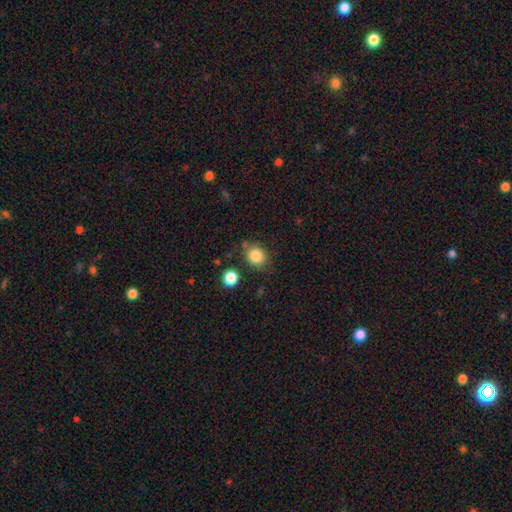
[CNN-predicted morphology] Q: Smooth or featured?
A: smooth (85%); runner-up: star or artifact (10%)
Q: How rounded?
A: round (68%); runner-up: in between (31%)
Q: Merging?
A: none (74%); runner-up: minor disturbance (15%)